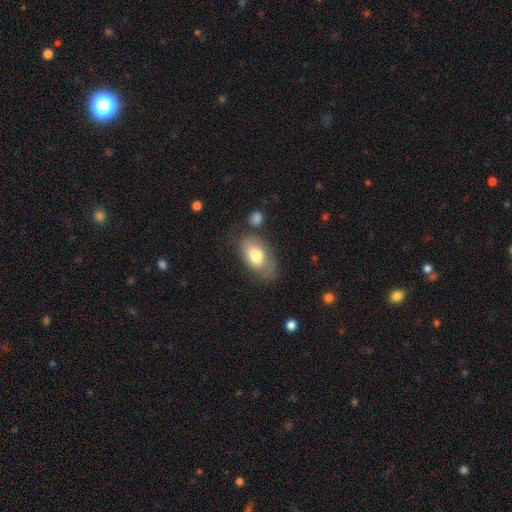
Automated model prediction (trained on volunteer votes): This appears to be a smooth galaxy with no disk features (75%) that is in between round and cigar-shaped (92%). Merging: none (57%).